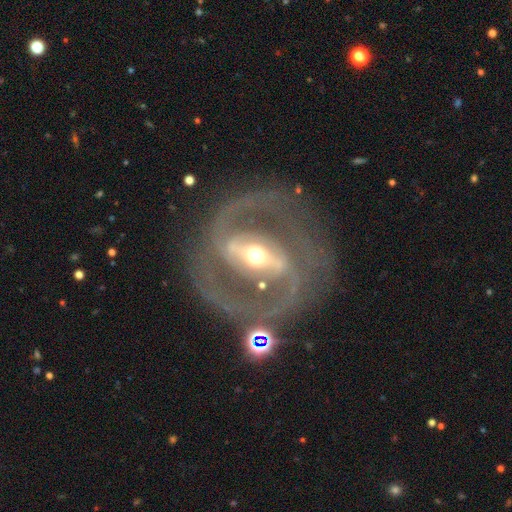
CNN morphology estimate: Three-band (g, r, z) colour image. It shows a featured or disk galaxy (90%) with a strong bar (69%), 2 (88%) medium (53%) spiral arms (89%) and a moderate central bulge (64%). Merging: none (72%).